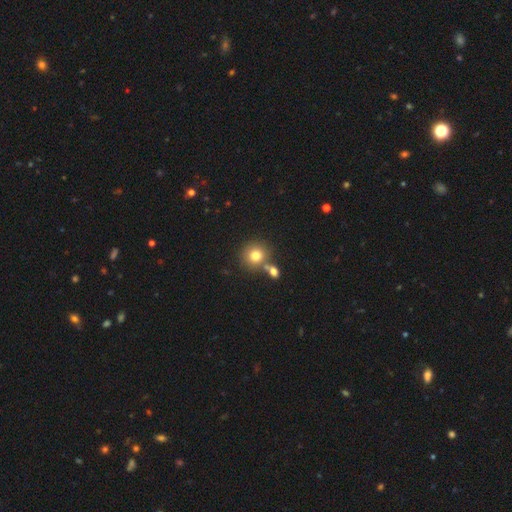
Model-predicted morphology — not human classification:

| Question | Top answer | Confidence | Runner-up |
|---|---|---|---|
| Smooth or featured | smooth | 78% | star or artifact (12%) |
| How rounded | round | 87% | in between (12%) |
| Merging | none | 63% | merger (25%) |